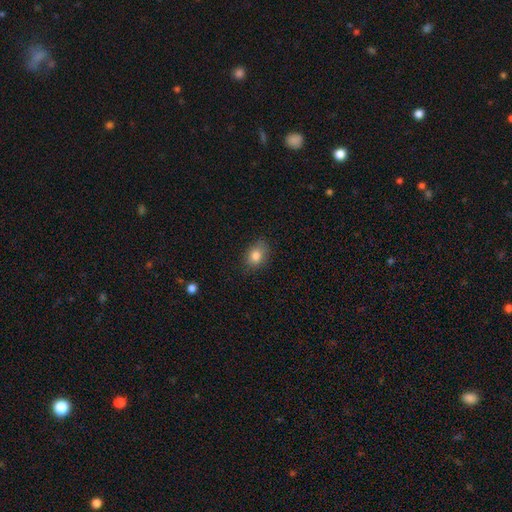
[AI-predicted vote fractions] The model was most divided on "how rounded": in between: 70%, round: 29%, cigar-shaped: 1%. More confident: smooth or featured — smooth (83%); merging — none (79%).